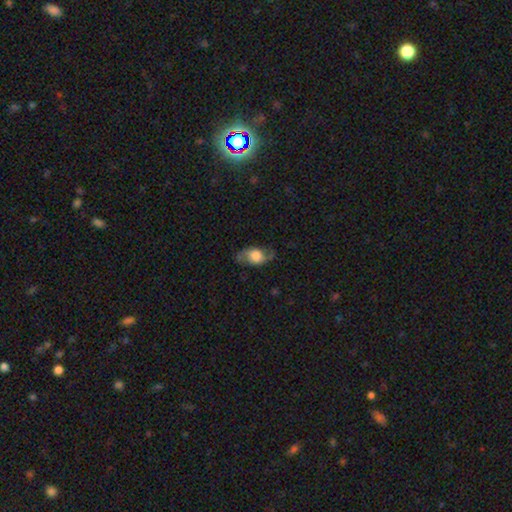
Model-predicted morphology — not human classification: Q: Smooth or featured?
A: smooth (49%); runner-up: featured or disk (44%)
Q: Merging?
A: none (68%); runner-up: minor disturbance (21%)